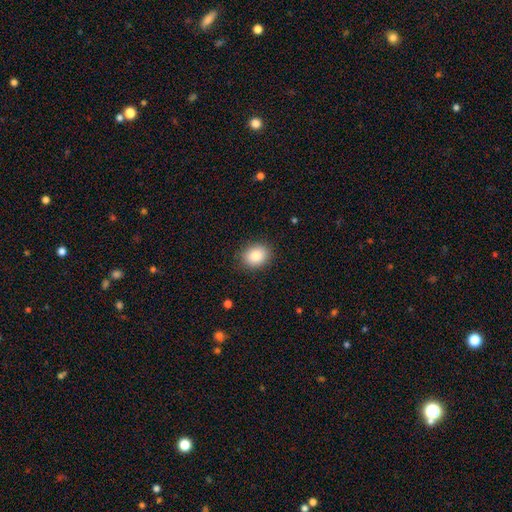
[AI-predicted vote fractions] The model was most divided on "how rounded": in between: 55%, round: 44%, cigar-shaped: 1%. More confident: merging — none (87%); smooth or featured — smooth (86%).